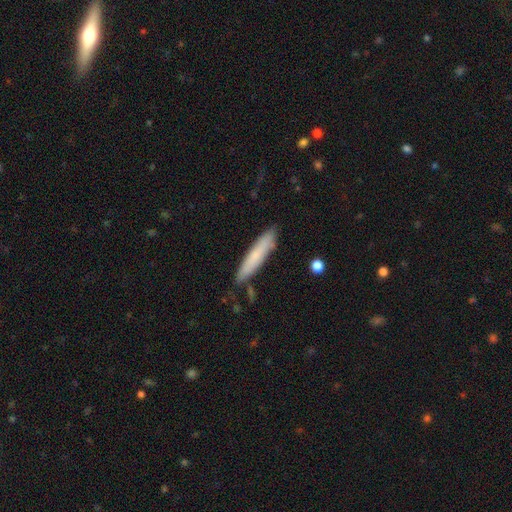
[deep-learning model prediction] Smooth or featured? Predicted: smooth (p=0.73). How rounded? Predicted: cigar-shaped (p=0.87). Merging? Predicted: none (p=0.81).